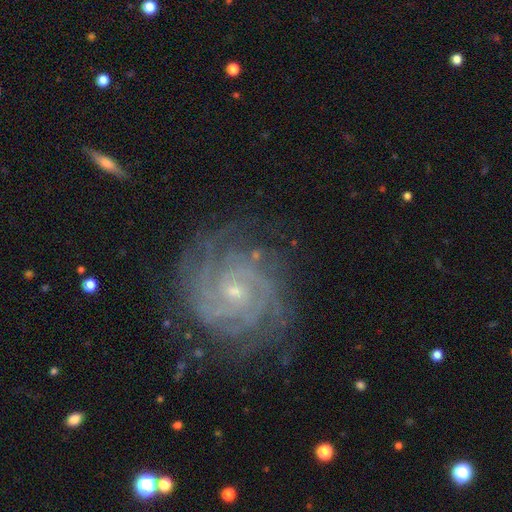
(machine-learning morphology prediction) This is clearly a featured or disk galaxy (88%). It is clearly not viewed edge-on (98%). Bar: likely no (64%). Spiral arm pattern: clearly yes (97%). Spiral arm count: marginally can't tell (26%). Spiral winding: likely tight (73%). Central bulge: likely small (72%). Merging: likely none (73%).